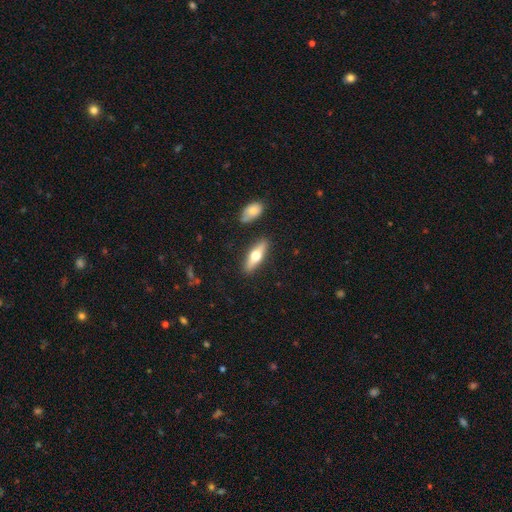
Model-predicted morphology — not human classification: Smooth or featured: smooth — 49% (featured or disk — 45%)
Merging: none — 86% (minor disturbance — 9%)